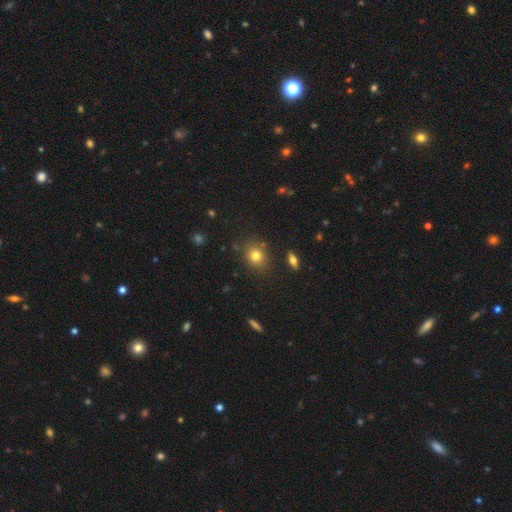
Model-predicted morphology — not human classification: Smooth or featured? Predicted: smooth (p=0.77). How rounded? Predicted: round (p=0.69). Merging? Predicted: none (p=0.81).